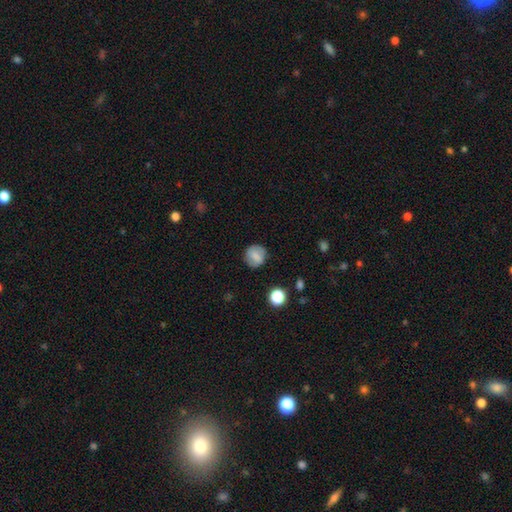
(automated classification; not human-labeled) The model was most divided on "smooth or featured": smooth: 74%, featured or disk: 16%, star or artifact: 10%. More confident: how rounded — round (86%); merging — none (83%).